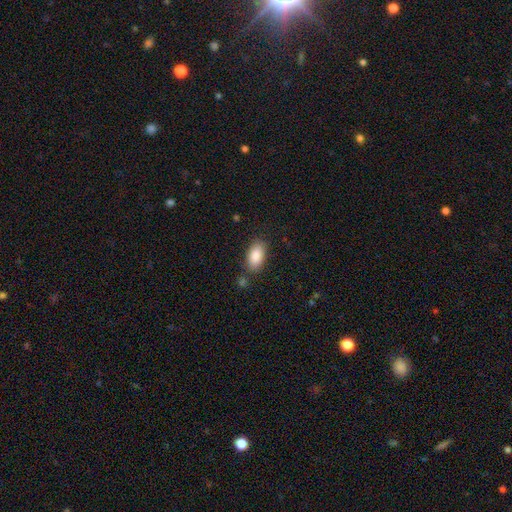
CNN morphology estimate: Smooth or featured: smooth — 88% (star or artifact — 7%)
How rounded: in between — 93% (cigar-shaped — 3%)
Merging: none — 80% (minor disturbance — 13%)